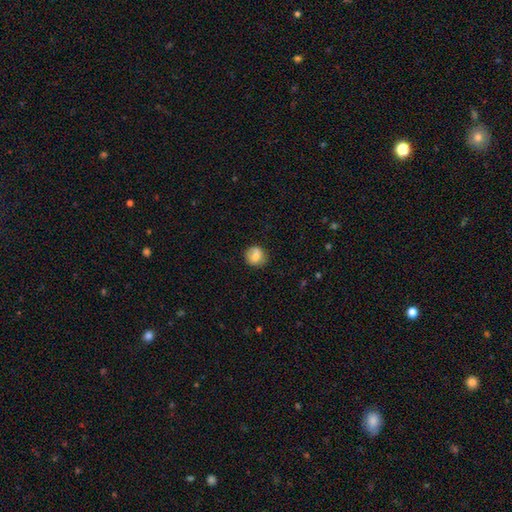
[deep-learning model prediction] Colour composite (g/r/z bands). It shows a smooth galaxy with no disk features (71%) that is round (86%). Merging: none (79%).